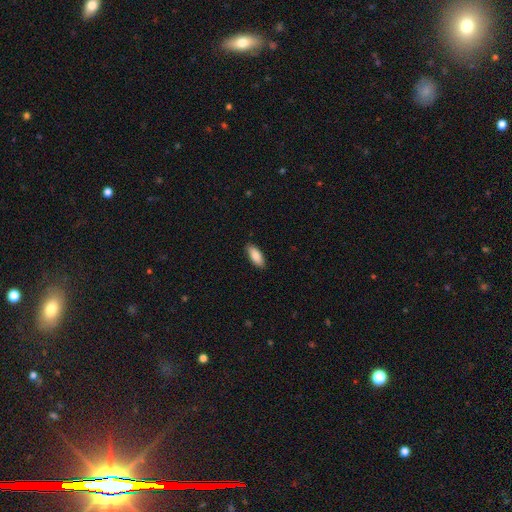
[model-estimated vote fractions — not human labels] A smooth galaxy with no disk features (87%) that is in between round and cigar-shaped (78%).

Vote fractions:
- Smooth or featured? smooth: 87% / featured or disk: 8% / star or artifact: 6%
- How rounded? in between: 78% / cigar-shaped: 21% / round: 2%
- Merging? none: 88% / minor disturbance: 9% / major disturbance: 2% / merger: 1%